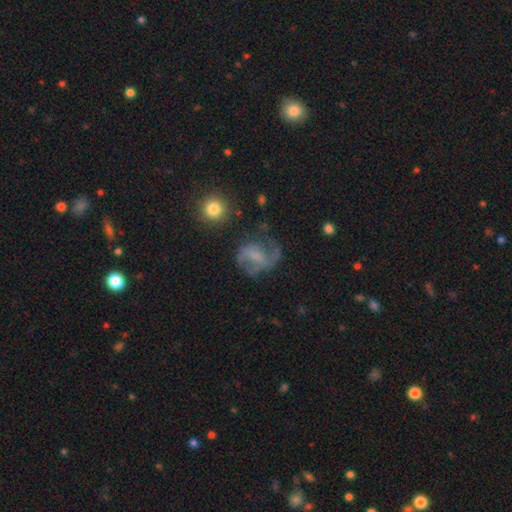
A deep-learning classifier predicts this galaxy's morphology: Smooth or featured: featured or disk — 73% (smooth — 18%)
Edge-on disk: no — 98% (yes — 2%)
Bar: weak — 48% (no — 34%)
Spiral arms: yes — 89% (no — 11%)
Spiral winding: medium — 47% (loose — 38%)
Spiral arm count: 2 — 79% (can't tell — 8%)
Bulge size: none — 37% (small — 32%)
Merging: none — 58% (major disturbance — 19%)